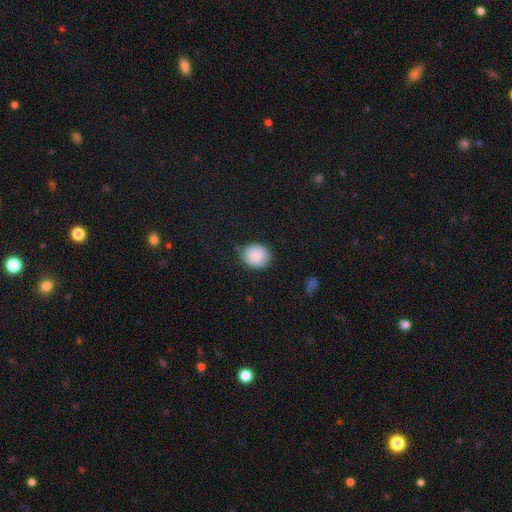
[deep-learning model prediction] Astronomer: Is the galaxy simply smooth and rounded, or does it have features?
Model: smooth — 89%.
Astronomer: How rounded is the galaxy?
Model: round — 82%.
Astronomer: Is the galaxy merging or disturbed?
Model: none — 81%.